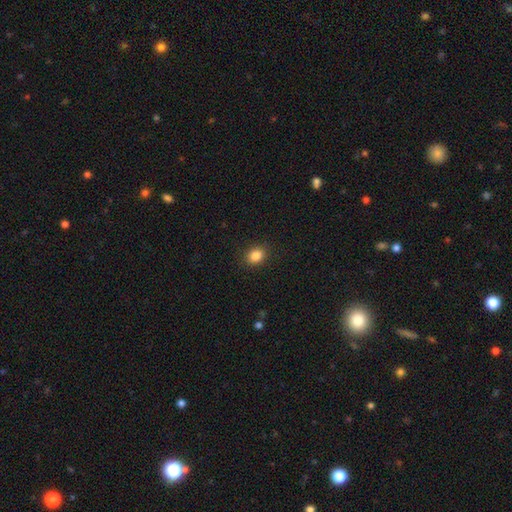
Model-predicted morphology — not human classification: smooth-or-featured: smooth: 86% | star or artifact: 10% | featured or disk: 4%
  how-rounded: in between: 50% | round: 49% | cigar-shaped: 1%
  merging: none: 89% | minor disturbance: 7% | major disturbance: 2% | merger: 1%